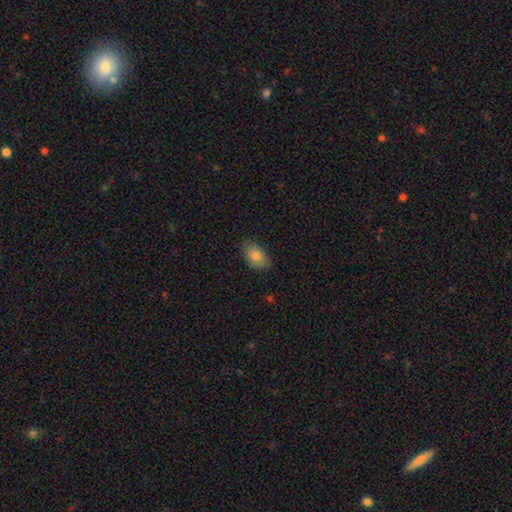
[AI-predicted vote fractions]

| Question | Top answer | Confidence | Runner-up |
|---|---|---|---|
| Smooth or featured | smooth | 82% | featured or disk (10%) |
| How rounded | in between | 89% | round (9%) |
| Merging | none | 80% | minor disturbance (16%) |